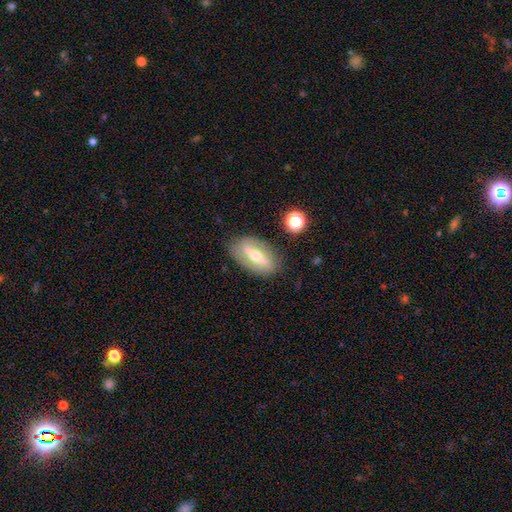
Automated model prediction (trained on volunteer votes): smooth-or-featured: featured or disk: 63% | smooth: 30% | star or artifact: 7%
  disk-edge-on: no: 79% | yes: 21%
  merging: none: 81% | minor disturbance: 13% | major disturbance: 4% | merger: 2%